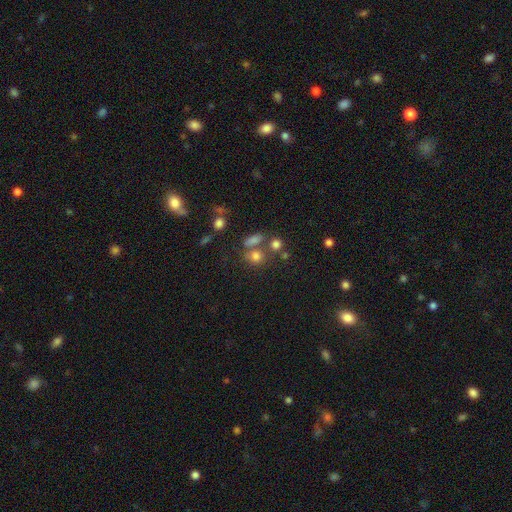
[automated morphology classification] type=smooth (71%); roundness=round (72%); merging=none (53%).